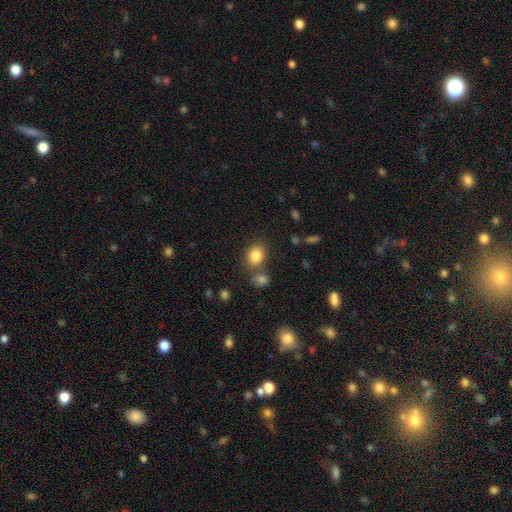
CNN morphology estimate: Q: Smooth or featured?
A: smooth (84%); runner-up: star or artifact (10%)
Q: How rounded?
A: in between (59%); runner-up: round (40%)
Q: Merging?
A: none (65%); runner-up: merger (19%)